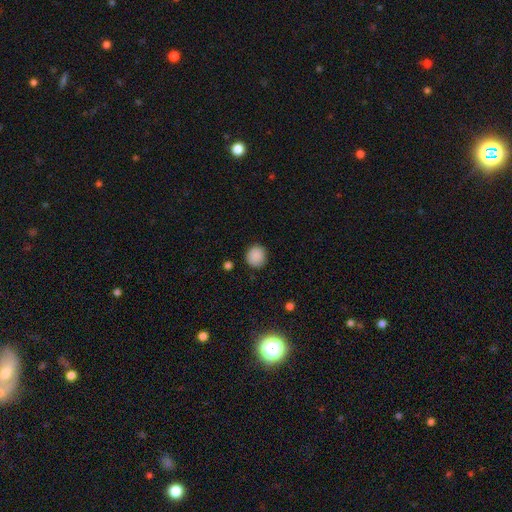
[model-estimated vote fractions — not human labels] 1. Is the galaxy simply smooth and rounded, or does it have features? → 88% smooth, 9% star or artifact, 3% featured or disk.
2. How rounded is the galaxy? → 89% round, 10% in between, 1% cigar-shaped.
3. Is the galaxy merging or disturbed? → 87% none, 9% minor disturbance, 2% major disturbance, 1% merger.